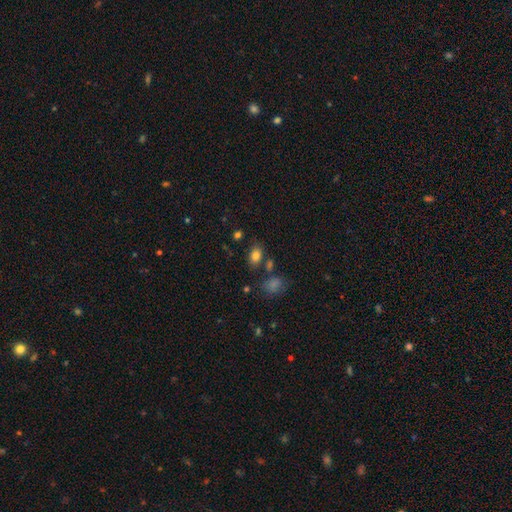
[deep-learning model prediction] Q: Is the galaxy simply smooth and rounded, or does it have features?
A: smooth — 81%.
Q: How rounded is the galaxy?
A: in between — 80%.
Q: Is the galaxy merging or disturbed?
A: none — 73%.